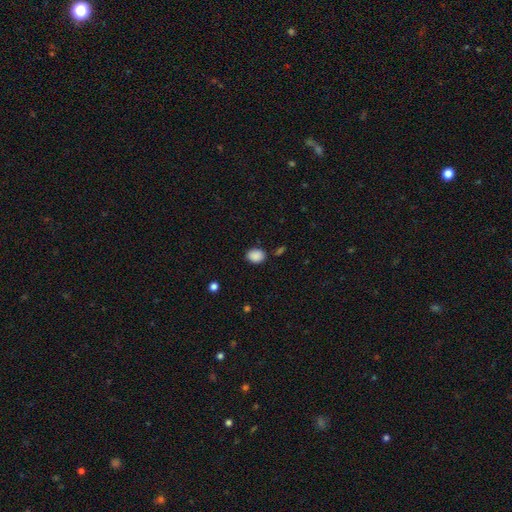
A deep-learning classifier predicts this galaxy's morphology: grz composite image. It shows a smooth galaxy with no disk features (88%) that is in between round and cigar-shaped (57%). Merging: none (82%).